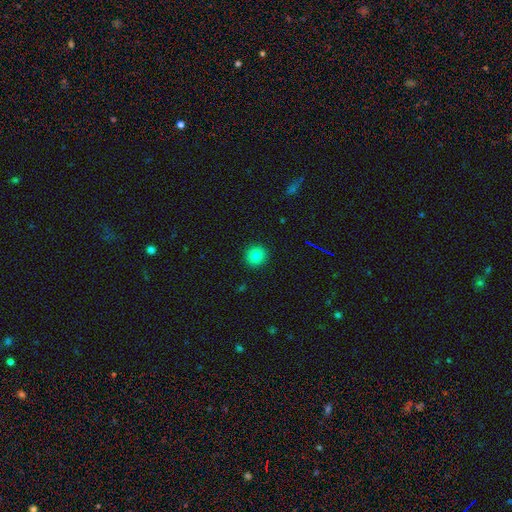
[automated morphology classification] Smooth or featured?
  - smooth: 82% *
  - star or artifact: 12%
  - featured or disk: 7%
How rounded?
  - round: 92% *
  - in between: 7%
  - cigar-shaped: 1%
Merging?
  - none: 92% *
  - minor disturbance: 5%
  - major disturbance: 2%
  - merger: 1%